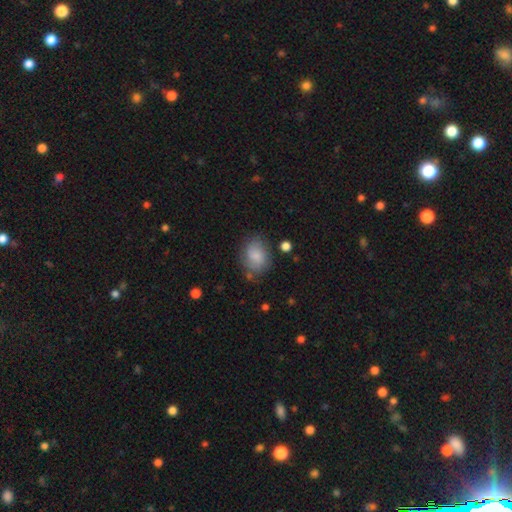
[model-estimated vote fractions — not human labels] A smooth galaxy with no disk features (78%) that is in between round and cigar-shaped (57%).

Vote fractions:
- Smooth or featured? smooth: 78% / featured or disk: 14% / star or artifact: 8%
- How rounded? in between: 57% / round: 42% / cigar-shaped: 1%
- Merging? none: 66% / minor disturbance: 22% / major disturbance: 8% / merger: 4%